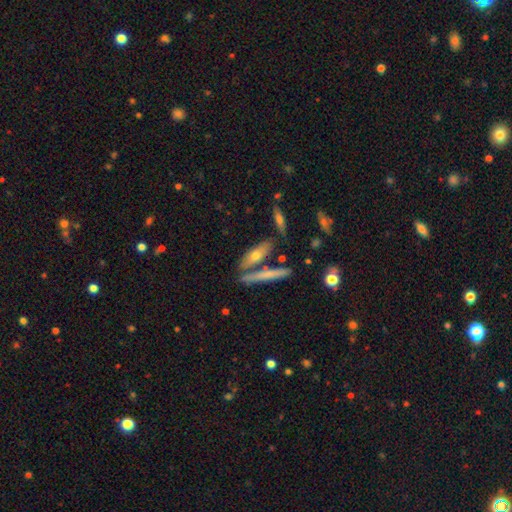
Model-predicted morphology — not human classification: This appears to be a smooth galaxy with no disk features (54%) that is cigar-shaped (66%). Merging: none (66%).